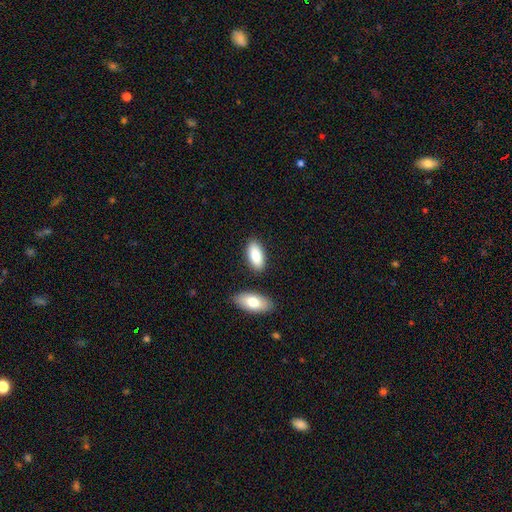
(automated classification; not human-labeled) Smooth or featured: smooth — 85% (featured or disk — 9%)
How rounded: in between — 89% (cigar-shaped — 9%)
Merging: none — 81% (minor disturbance — 10%)